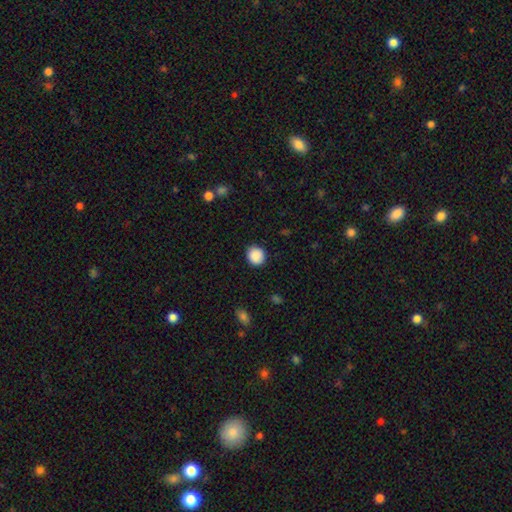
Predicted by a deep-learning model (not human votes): Overall: smooth (89%). How rounded: round (88%). Merging: none (89%).